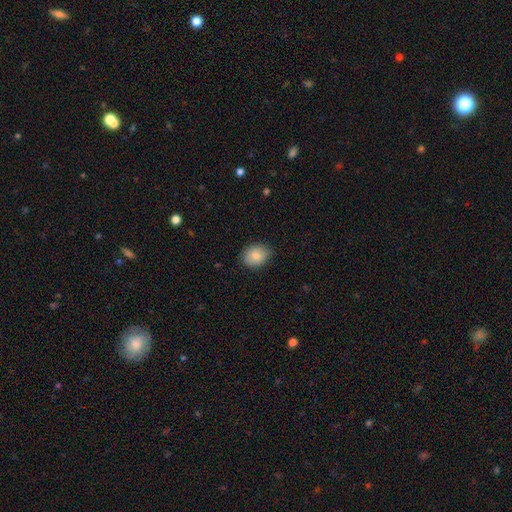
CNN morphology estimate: Smooth or featured?
  - smooth: 84% *
  - star or artifact: 8%
  - featured or disk: 8%
How rounded?
  - in between: 56% *
  - round: 43%
  - cigar-shaped: 1%
Merging?
  - none: 81% *
  - minor disturbance: 15%
  - major disturbance: 3%
  - merger: 1%